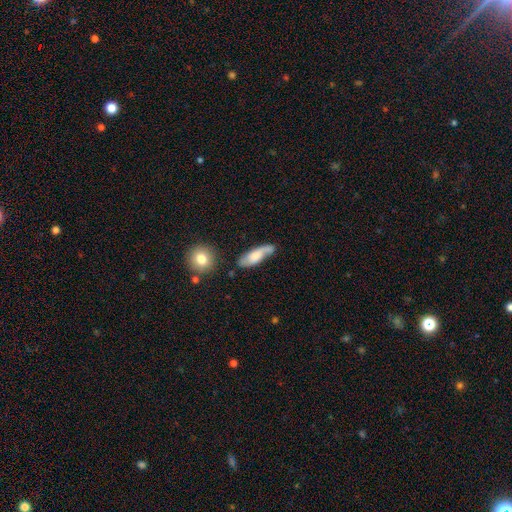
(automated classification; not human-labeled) smooth 55%, featured or disk 38%, star or artifact 7%. Down the decision tree: how rounded — in between (54%); merging — none (56%).